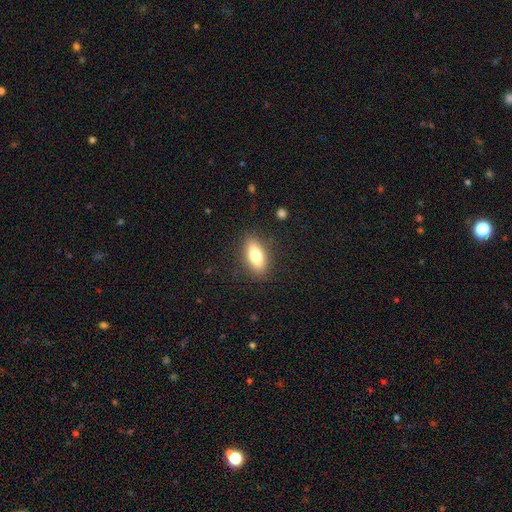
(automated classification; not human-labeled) smooth 79%, featured or disk 14%, star or artifact 7%. Down the decision tree: how rounded — in between (80%); merging — none (86%).